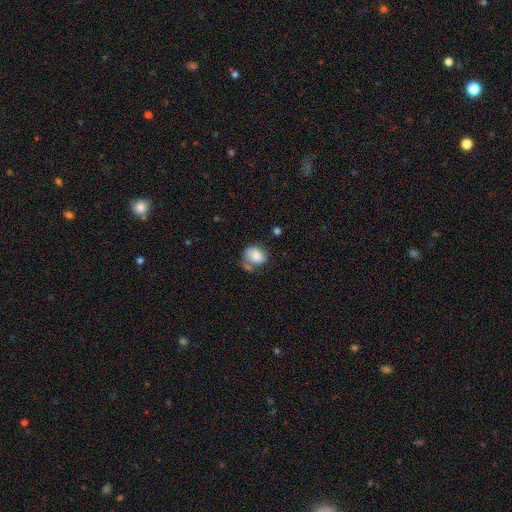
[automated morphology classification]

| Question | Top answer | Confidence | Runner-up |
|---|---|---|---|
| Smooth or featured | smooth | 72% | featured or disk (20%) |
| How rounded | in between | 55% | round (44%) |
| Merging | none | 42% | minor disturbance (26%) |